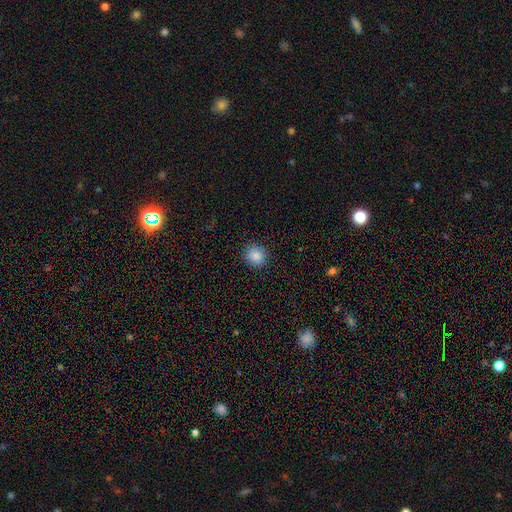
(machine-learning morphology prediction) smooth_or_featured: smooth (p=0.86) [alt: star or artifact p=0.10]
how_rounded: round (p=0.87) [alt: in between p=0.12]
merging: none (p=0.90) [alt: minor disturbance p=0.06]